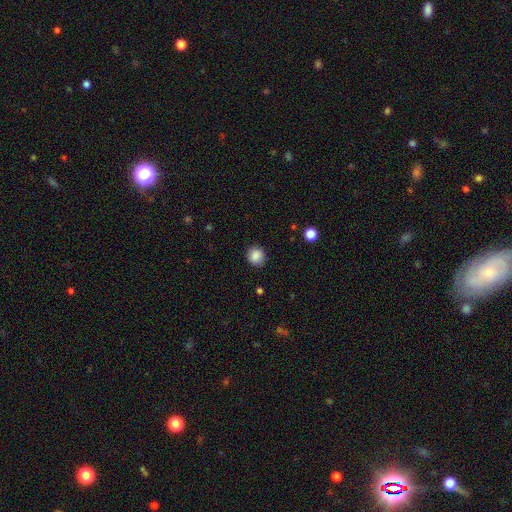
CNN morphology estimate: The model was most divided on "how rounded": round: 88%, in between: 11%, cigar-shaped: 1%. More confident: merging — none (88%); smooth or featured — smooth (87%).